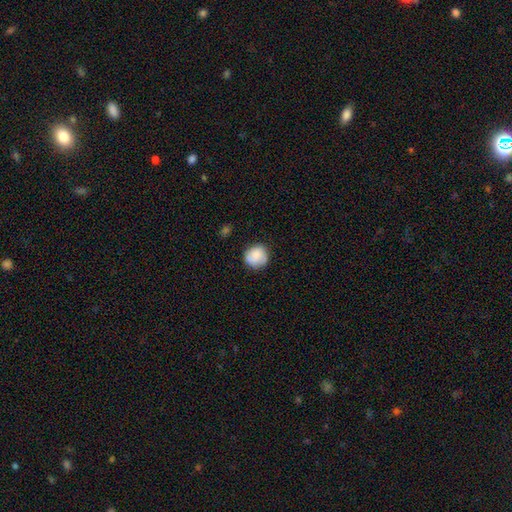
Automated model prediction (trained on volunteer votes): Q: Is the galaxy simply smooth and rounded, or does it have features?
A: smooth — 81%.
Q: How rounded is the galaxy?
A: round — 88%.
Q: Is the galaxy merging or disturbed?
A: none — 74%.